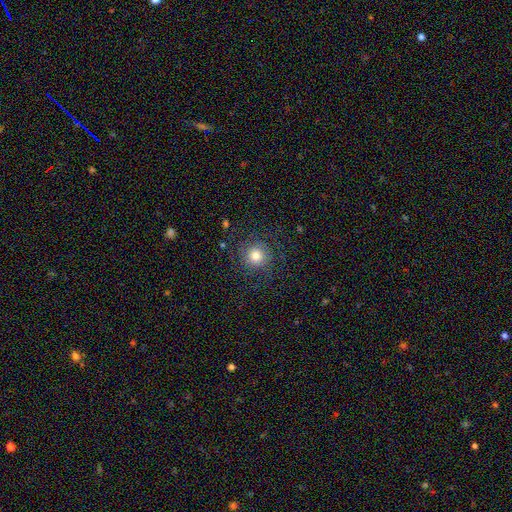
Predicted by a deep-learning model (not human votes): smooth_or_featured: smooth (p=0.70) [alt: featured or disk p=0.18]
how_rounded: round (p=0.94) [alt: in between p=0.05]
merging: none (p=0.81) [alt: minor disturbance p=0.10]